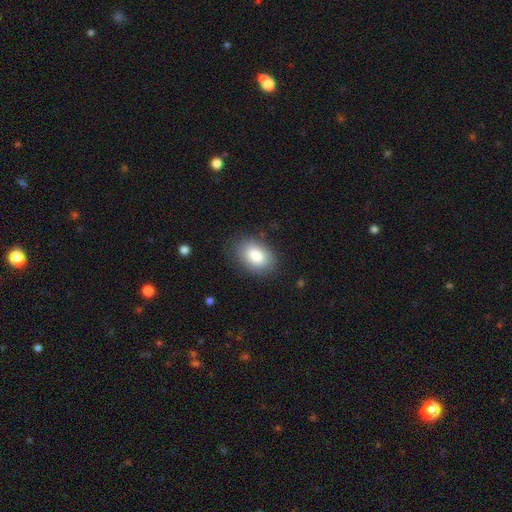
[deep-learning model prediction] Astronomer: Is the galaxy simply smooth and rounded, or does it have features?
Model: smooth — 83%.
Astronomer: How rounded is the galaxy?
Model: in between — 86%.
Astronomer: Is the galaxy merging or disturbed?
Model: none — 81%.